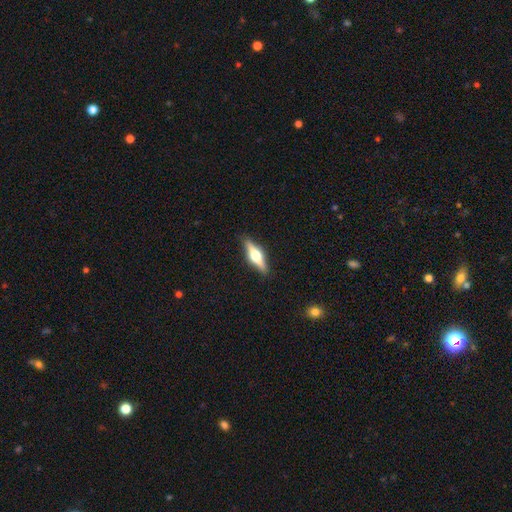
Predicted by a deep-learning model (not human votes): Smooth or featured? featured or disk (69%)
Edge-on disk? yes (97%)
Edge-on bulge? rounded (95%)
Merging? none (90%)